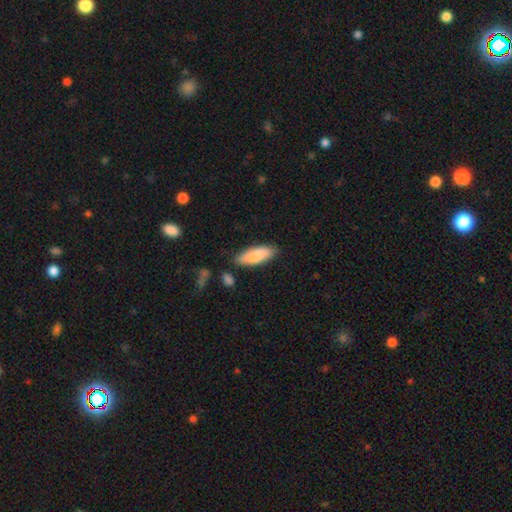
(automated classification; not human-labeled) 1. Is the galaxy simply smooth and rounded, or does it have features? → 84% smooth, 10% featured or disk, 6% star or artifact.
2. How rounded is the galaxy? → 64% in between, 35% cigar-shaped, 2% round.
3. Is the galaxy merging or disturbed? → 81% none, 13% minor disturbance, 3% merger, 3% major disturbance.